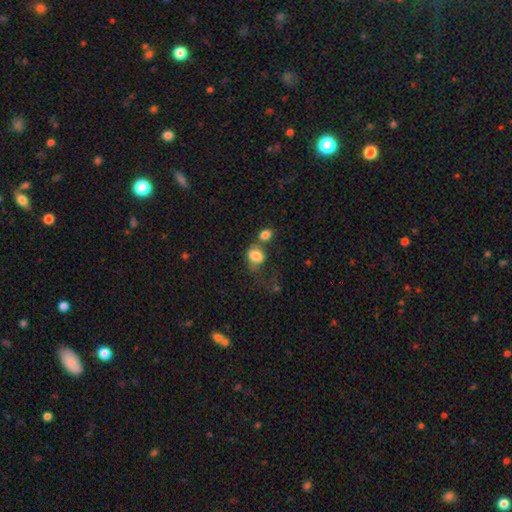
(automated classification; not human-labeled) This appears to be a smooth galaxy with no disk features (79%) that is in between round and cigar-shaped (60%). Merging: merger (41%).